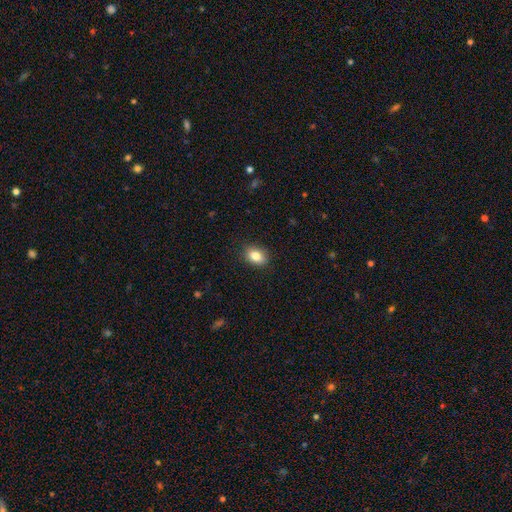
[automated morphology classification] Smooth or featured? smooth (84%)
How rounded? in between (79%)
Merging? none (88%)